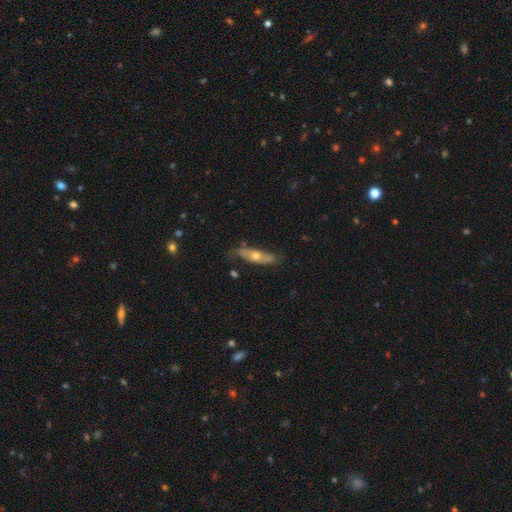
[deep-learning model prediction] A featured or disk galaxy (54%).

Vote fractions:
- Smooth or featured? featured or disk: 54% / smooth: 40% / star or artifact: 6%
- Edge-on disk? no: 53% / yes: 47%
- Merging? none: 69% / minor disturbance: 23% / major disturbance: 6% / merger: 2%